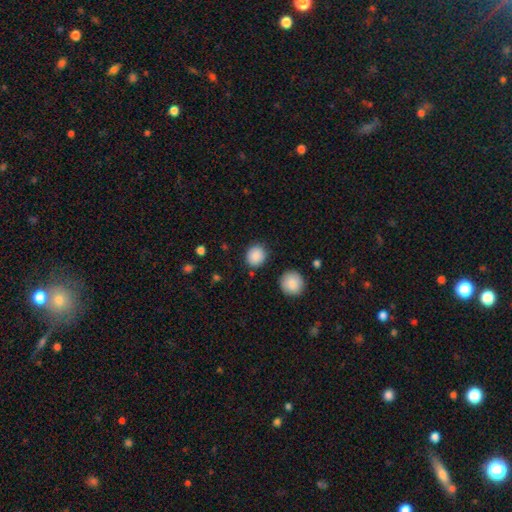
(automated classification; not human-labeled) A smooth galaxy with no disk features (88%) that is round (85%). Merging: none (85%).